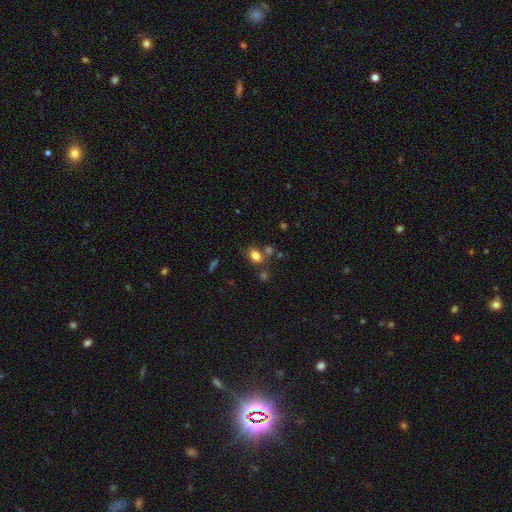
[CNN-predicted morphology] The model was most divided on "merging": none: 66%, merger: 15%, minor disturbance: 14%, major disturbance: 5%. More confident: smooth or featured — smooth (81%); how rounded — in between (77%).